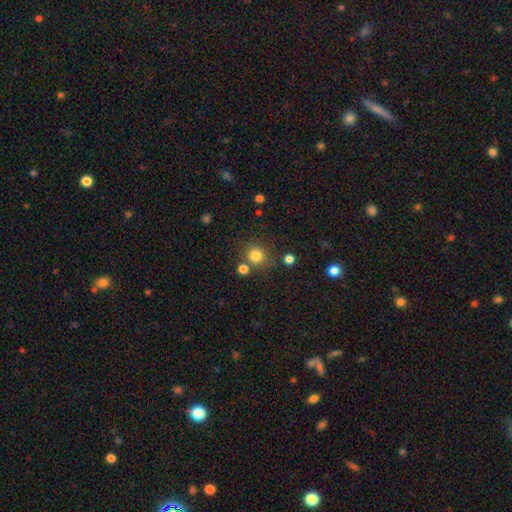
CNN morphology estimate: A smooth galaxy with no disk features (80%) that is round (89%).

Vote fractions:
- Smooth or featured? smooth: 80% / star or artifact: 14% / featured or disk: 6%
- How rounded? round: 89% / in between: 10% / cigar-shaped: 1%
- Merging? none: 75% / merger: 11% / minor disturbance: 10% / major disturbance: 4%